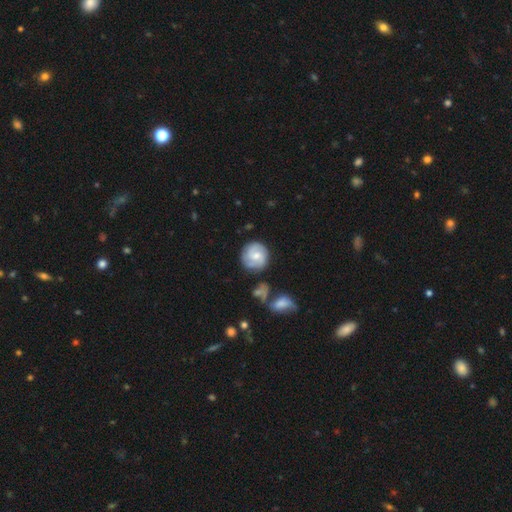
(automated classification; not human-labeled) smooth-or-featured: featured or disk: 65% | smooth: 29% | star or artifact: 6%
  disk-edge-on: no: 98% | yes: 2%
    bar: no: 56% | weak: 38% | strong: 6%
    has-spiral-arms: yes: 92% | no: 8%
      spiral-winding: tight: 51% | medium: 37% | loose: 12%
      spiral-arm-count: 2: 40% | 3: 29% | can't tell: 20% | 4: 4% | 1: 4% | more than 4: 3%
    bulge-size: moderate: 56% | small: 36% | none: 3% | large: 3% | dominant: 1%
  merging: none: 74% | minor disturbance: 16% | merger: 5% | major disturbance: 5%